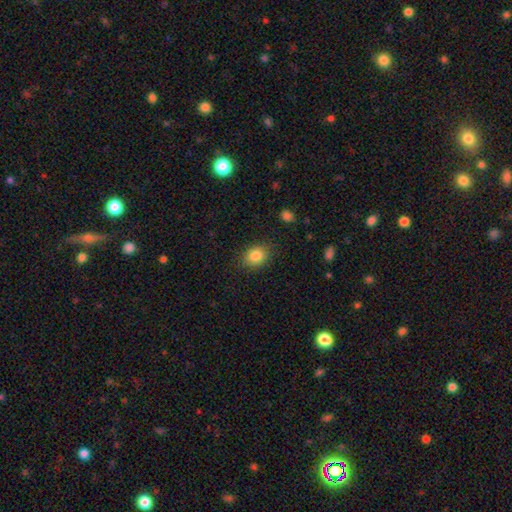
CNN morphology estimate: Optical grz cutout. It shows a smooth galaxy with no disk features (84%) that is in between round and cigar-shaped (52%). Merging: none (85%).